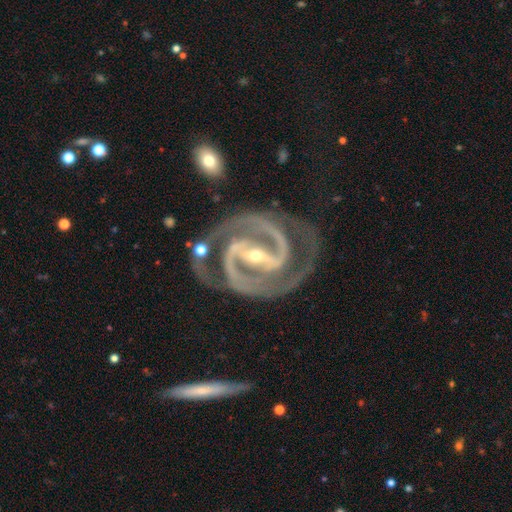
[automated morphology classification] smooth_or_featured: featured or disk (p=0.94) [alt: star or artifact p=0.04]
disk_edge_on: no (p=0.97) [alt: yes p=0.03]
bar: strong (p=0.76) [alt: weak p=0.17]
has_spiral_arms: yes (p=0.99) [alt: no p=0.01]
spiral_winding: tight (p=0.55) [alt: medium p=0.40]
spiral_arm_count: 2 (p=0.94) [alt: 3 p=0.02]
bulge_size: small (p=0.64) [alt: moderate p=0.33]
merging: none (p=0.75) [alt: minor disturbance p=0.15]